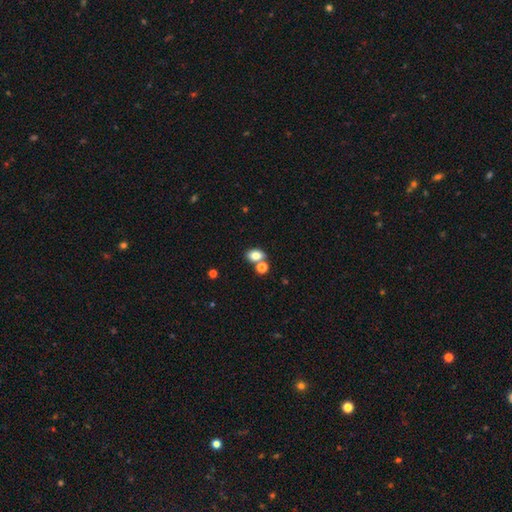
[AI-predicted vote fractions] smooth_or_featured: smooth (p=0.81) [alt: star or artifact p=0.11]
how_rounded: in between (p=0.75) [alt: round p=0.23]
merging: none (p=0.59) [alt: merger p=0.27]